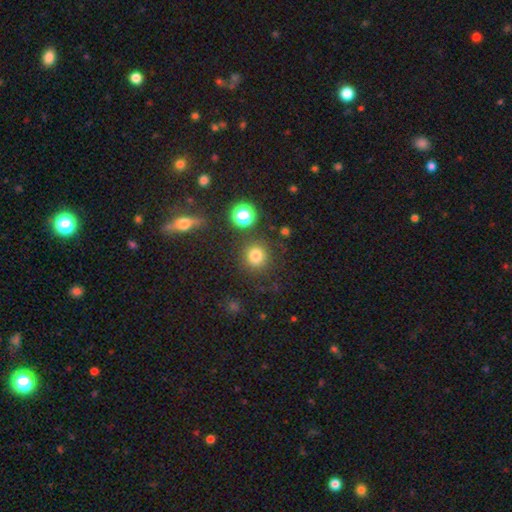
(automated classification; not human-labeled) smooth 78%, star or artifact 16%, featured or disk 6%. Down the decision tree: how rounded — round (93%); merging — none (84%).